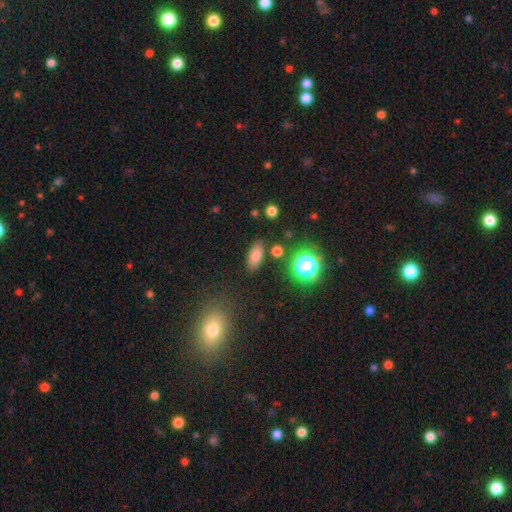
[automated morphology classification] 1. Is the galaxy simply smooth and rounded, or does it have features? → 76% smooth, 15% star or artifact, 9% featured or disk.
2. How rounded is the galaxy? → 81% in between, 11% cigar-shaped, 8% round.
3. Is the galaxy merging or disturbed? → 84% none, 9% minor disturbance, 4% merger, 3% major disturbance.